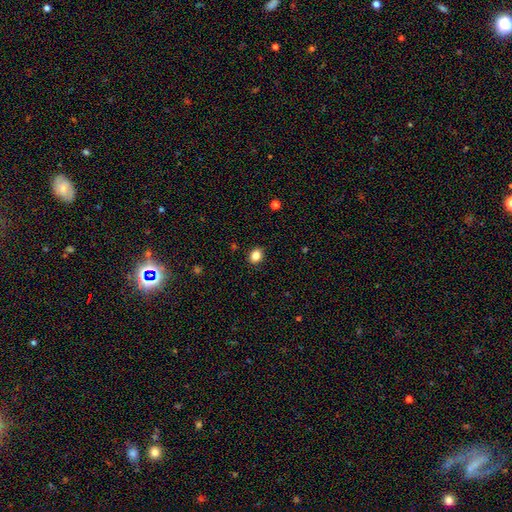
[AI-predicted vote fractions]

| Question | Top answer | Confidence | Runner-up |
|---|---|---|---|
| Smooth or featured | smooth | 85% | star or artifact (10%) |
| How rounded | in between | 53% | round (46%) |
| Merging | none | 89% | minor disturbance (8%) |